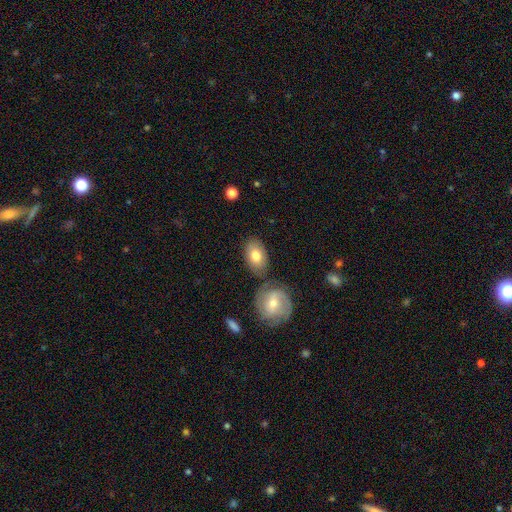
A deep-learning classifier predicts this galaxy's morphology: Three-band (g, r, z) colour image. It shows a smooth galaxy with no disk features (74%) that is in between round and cigar-shaped (86%). Merging: none (68%).